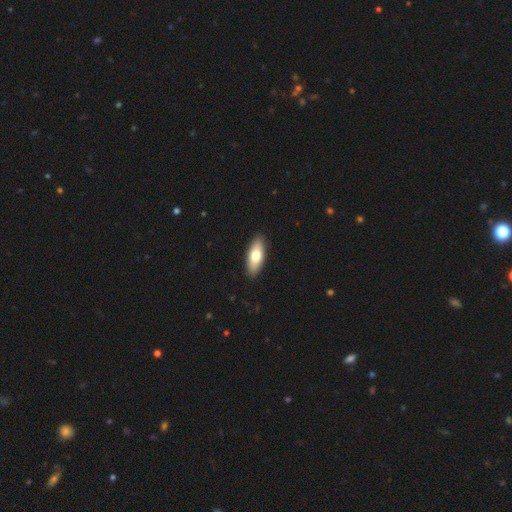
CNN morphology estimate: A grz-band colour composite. It shows a smooth galaxy with no disk features (71%) that is in between round and cigar-shaped (77%). Merging: none (91%).